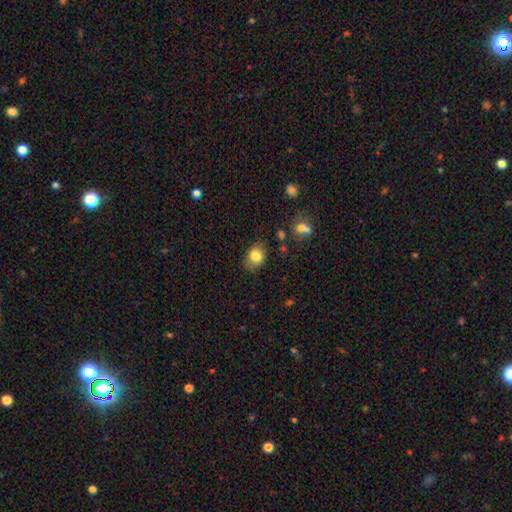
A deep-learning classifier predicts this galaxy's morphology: A smooth galaxy with no disk features (82%) that is in between round and cigar-shaped (56%). Merging: none (76%).